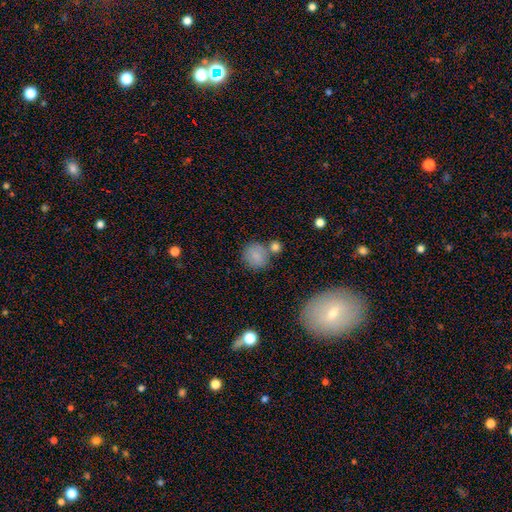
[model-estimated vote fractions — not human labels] The model was most divided on "merging": none: 63%, merger: 20%, minor disturbance: 13%, major disturbance: 4%. More confident: how rounded — round (84%); smooth or featured — smooth (81%).